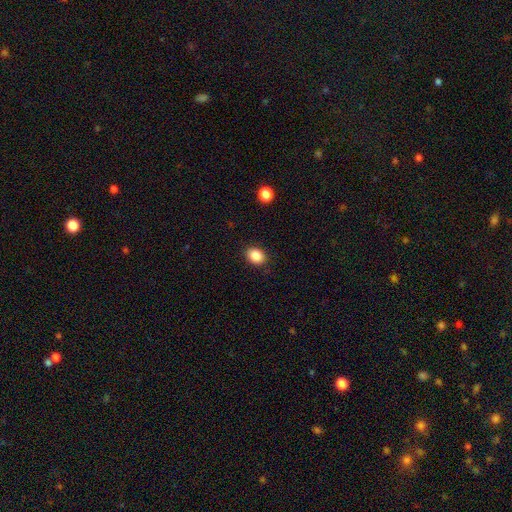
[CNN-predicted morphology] The model was most divided on "how rounded": in between: 64%, round: 35%, cigar-shaped: 1%. More confident: merging — none (88%); smooth or featured — smooth (87%).